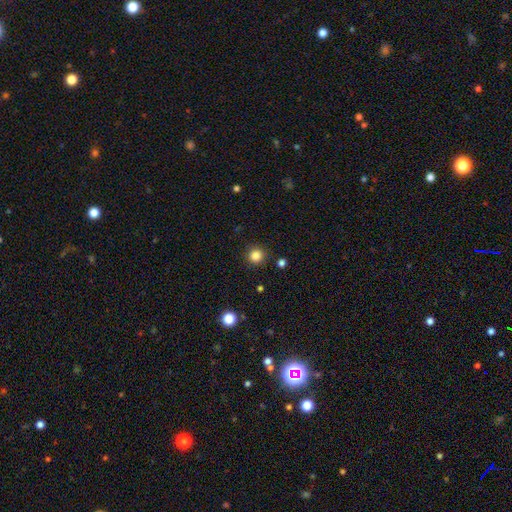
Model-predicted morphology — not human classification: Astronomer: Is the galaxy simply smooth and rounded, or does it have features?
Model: smooth — 84%.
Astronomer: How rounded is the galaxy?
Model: round — 94%.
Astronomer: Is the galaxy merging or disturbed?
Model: none — 90%.